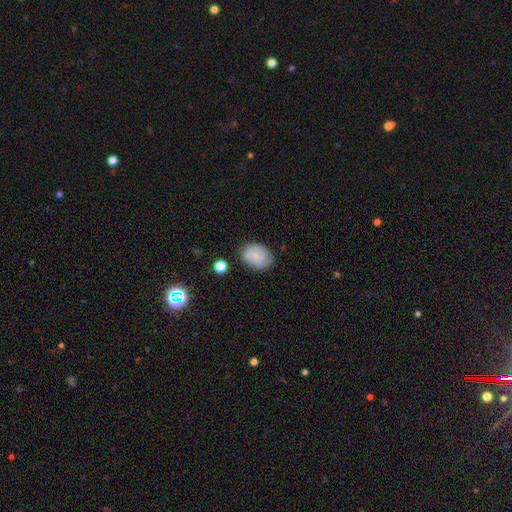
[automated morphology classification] A smooth galaxy with no disk features (77%) that is in between round and cigar-shaped (73%).

Vote fractions:
- Smooth or featured? smooth: 77% / featured or disk: 14% / star or artifact: 8%
- How rounded? in between: 73% / round: 26% / cigar-shaped: 1%
- Merging? none: 78% / minor disturbance: 16% / major disturbance: 3% / merger: 3%